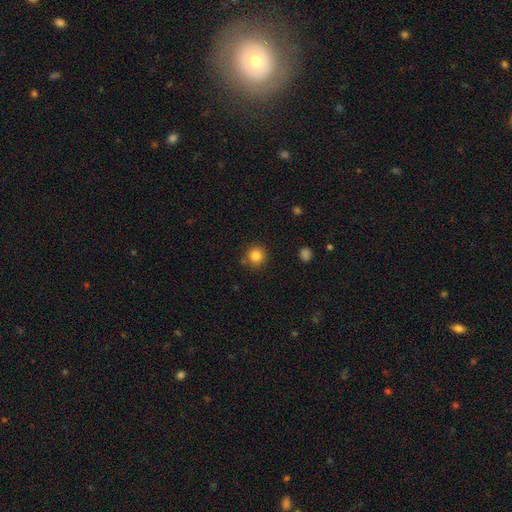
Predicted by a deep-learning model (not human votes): This is clearly a smooth galaxy (84%). How rounded: clearly round (93%). Merging: clearly none (84%).